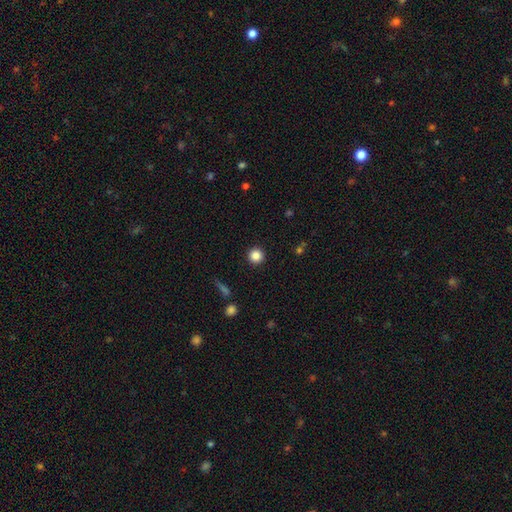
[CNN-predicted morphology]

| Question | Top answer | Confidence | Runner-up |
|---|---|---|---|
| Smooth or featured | smooth | 85% | star or artifact (11%) |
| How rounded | round | 95% | in between (4%) |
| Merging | none | 92% | minor disturbance (5%) |